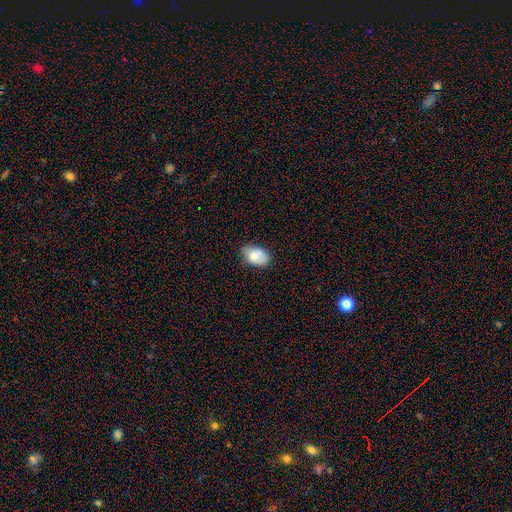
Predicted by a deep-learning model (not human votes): smooth_or_featured: smooth (p=0.76) [alt: featured or disk p=0.16]
how_rounded: in between (p=0.88) [alt: round p=0.11]
merging: none (p=0.65) [alt: minor disturbance p=0.24]